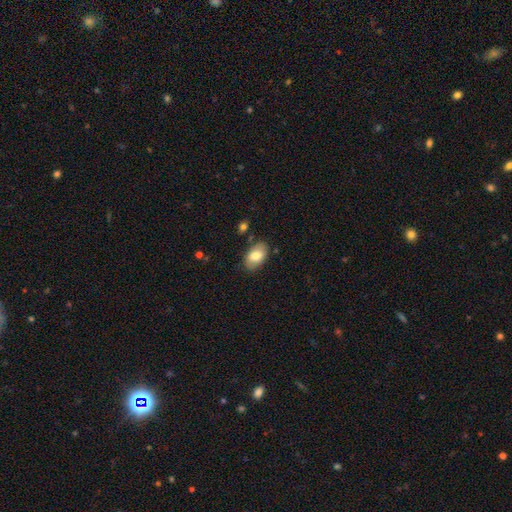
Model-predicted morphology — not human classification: smooth 78%, featured or disk 15%, star or artifact 7%. Down the decision tree: how rounded — in between (91%); merging — none (81%).